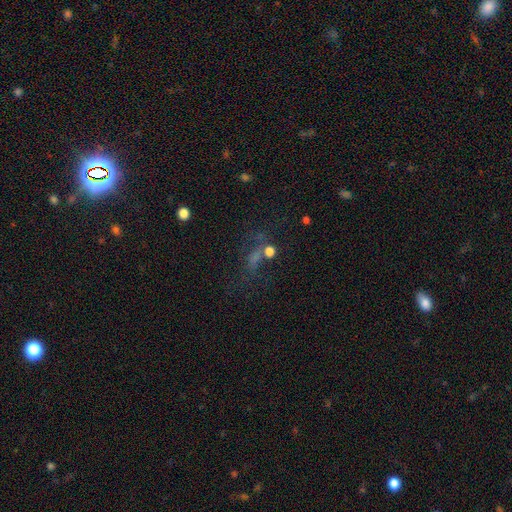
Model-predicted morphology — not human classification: Q: Smooth or featured?
A: star or artifact (41%); runner-up: smooth (33%)